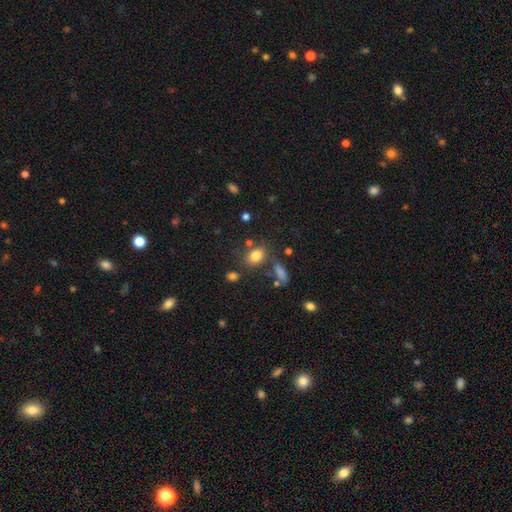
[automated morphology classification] smooth-or-featured: smooth: 80% | star or artifact: 11% | featured or disk: 8%
  how-rounded: in between: 65% | round: 33% | cigar-shaped: 2%
  merging: none: 72% | minor disturbance: 14% | merger: 10% | major disturbance: 5%